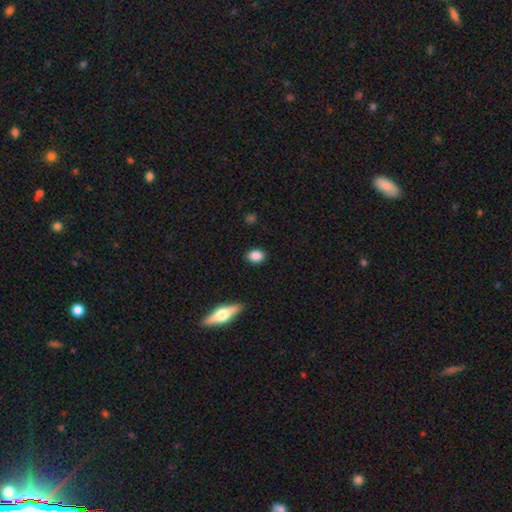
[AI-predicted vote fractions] smooth_or_featured: smooth (p=0.85) [alt: star or artifact p=0.08]
how_rounded: round (p=0.51) [alt: in between p=0.47]
merging: none (p=0.89) [alt: minor disturbance p=0.08]